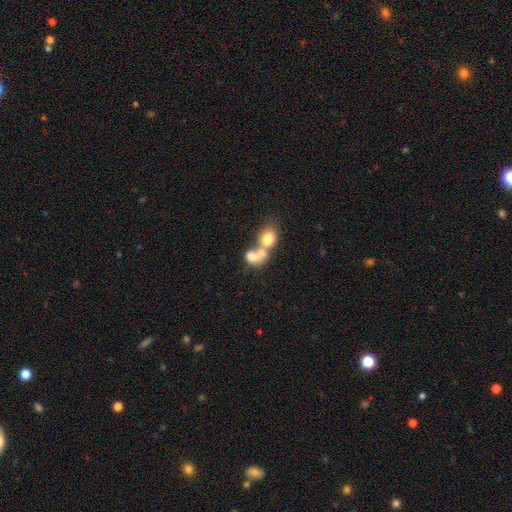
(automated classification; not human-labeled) A smooth galaxy with no disk features (71%) that is in between round and cigar-shaped (65%).

Vote fractions:
- Smooth or featured? smooth: 71% / featured or disk: 21% / star or artifact: 9%
- How rounded? in between: 65% / round: 33% / cigar-shaped: 3%
- Merging? merger: 73% / none: 14% / major disturbance: 8% / minor disturbance: 6%